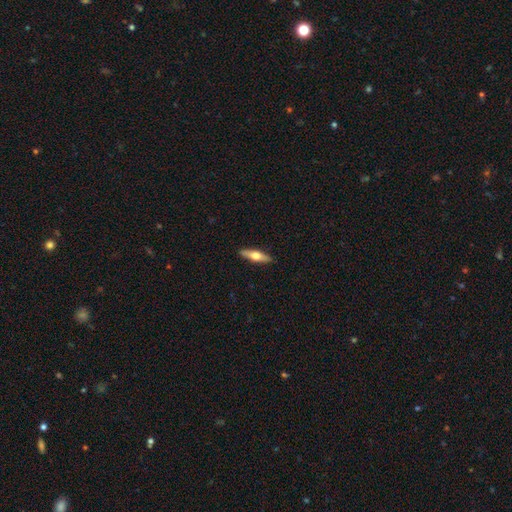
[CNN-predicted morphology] A smooth galaxy with no disk features (48%).

Vote fractions:
- Smooth or featured? smooth: 48% / featured or disk: 47% / star or artifact: 5%
- Merging? none: 91% / minor disturbance: 7% / major disturbance: 1% / merger: 1%